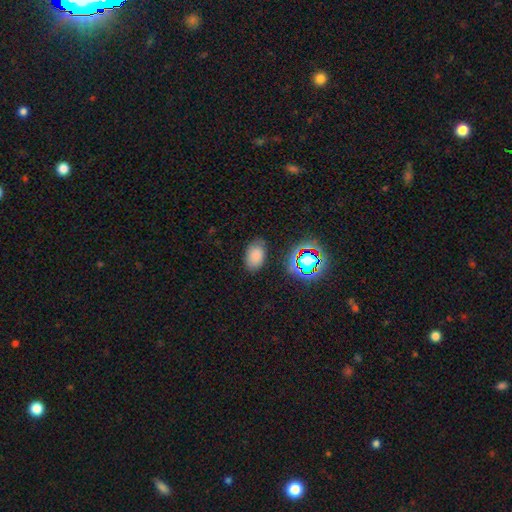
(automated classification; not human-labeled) This is likely a smooth galaxy (77%). How rounded: clearly in between (87%). Merging: likely none (80%).